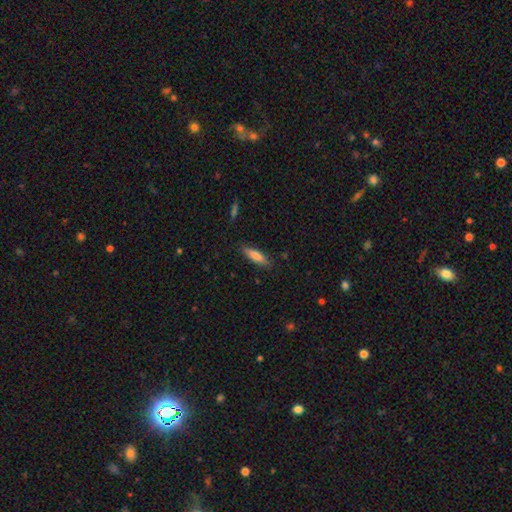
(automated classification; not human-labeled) Smooth or featured? Predicted: smooth (p=0.79). How rounded? Predicted: cigar-shaped (p=0.66). Merging? Predicted: none (p=0.84).